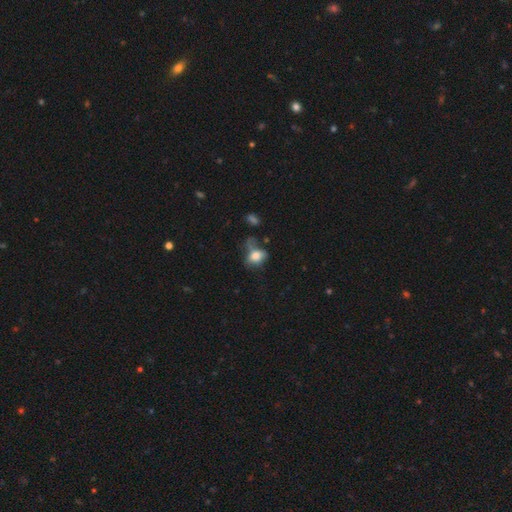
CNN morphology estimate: Smooth or featured? Predicted: smooth (p=0.70). How rounded? Predicted: in between (p=0.66). Merging? Predicted: major disturbance (p=0.33).